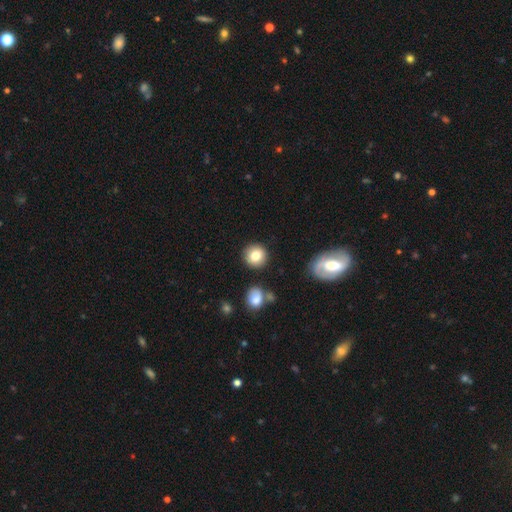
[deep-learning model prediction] Smooth or featured? Predicted: smooth (p=0.80). How rounded? Predicted: round (p=0.92). Merging? Predicted: none (p=0.87).